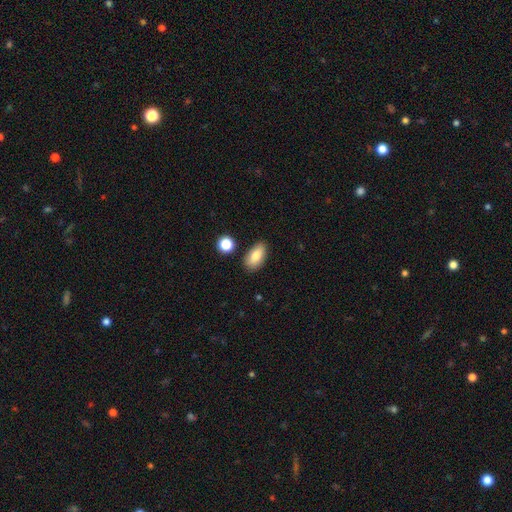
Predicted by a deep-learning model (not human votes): smooth_or_featured: smooth (p=0.82) [alt: featured or disk p=0.11]
how_rounded: in between (p=0.91) [alt: round p=0.05]
merging: none (p=0.83) [alt: minor disturbance p=0.11]